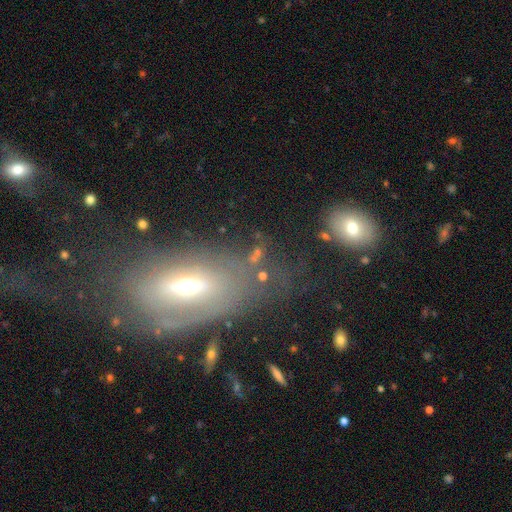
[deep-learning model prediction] This appears to be a smooth galaxy with no disk features (45%). Merging: none (48%).